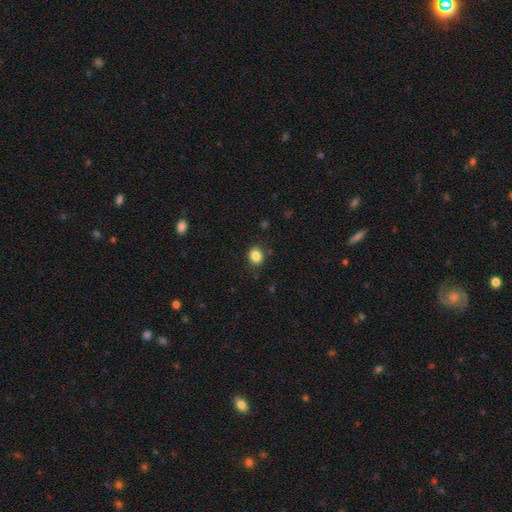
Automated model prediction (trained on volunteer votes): Q: Smooth or featured?
A: smooth (86%); runner-up: star or artifact (10%)
Q: How rounded?
A: round (52%); runner-up: in between (47%)
Q: Merging?
A: none (85%); runner-up: minor disturbance (11%)